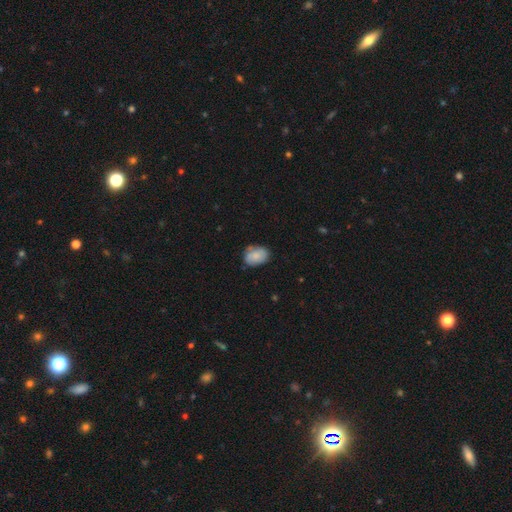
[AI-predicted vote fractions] smooth-or-featured: smooth: 77% | featured or disk: 15% | star or artifact: 7%
  how-rounded: in between: 74% | round: 25% | cigar-shaped: 1%
  merging: none: 69% | minor disturbance: 23% | major disturbance: 5% | merger: 3%